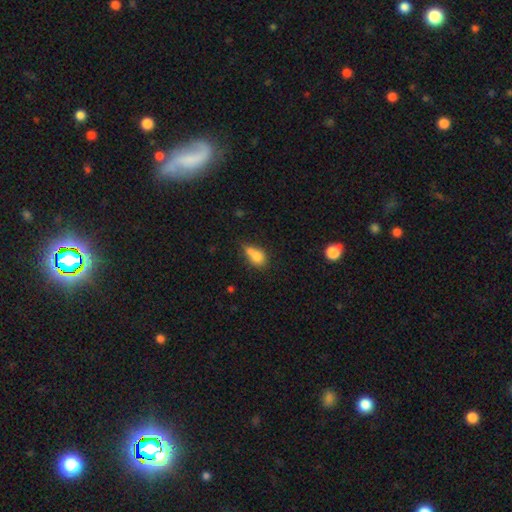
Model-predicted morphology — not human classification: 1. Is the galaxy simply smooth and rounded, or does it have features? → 76% smooth, 13% featured or disk, 11% star or artifact.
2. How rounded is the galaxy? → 74% in between, 21% round, 5% cigar-shaped.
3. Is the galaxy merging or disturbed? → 35% none, 31% minor disturbance, 22% merger, 13% major disturbance.